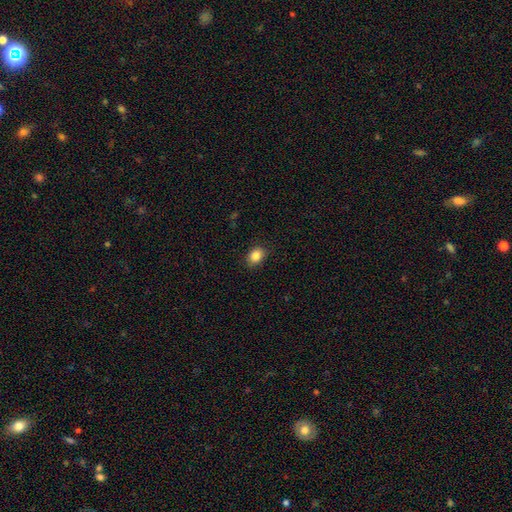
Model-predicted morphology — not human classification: type=smooth (85%); roundness=in between (64%); merging=none (86%).